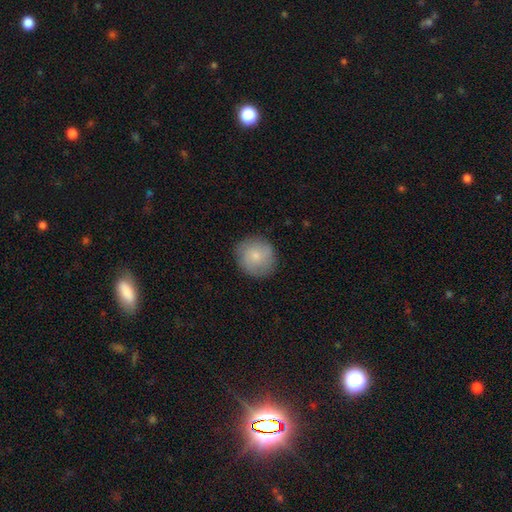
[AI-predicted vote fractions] smooth_or_featured: smooth (p=0.75) [alt: featured or disk p=0.18]
how_rounded: round (p=0.91) [alt: in between p=0.08]
merging: none (p=0.84) [alt: minor disturbance p=0.12]